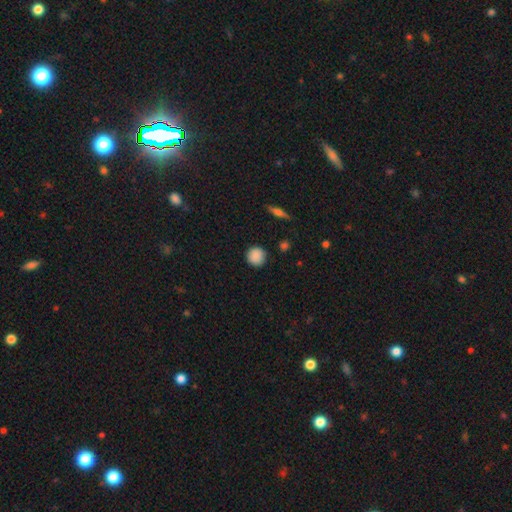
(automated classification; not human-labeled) Smooth or featured? smooth (88%)
How rounded? round (93%)
Merging? none (89%)